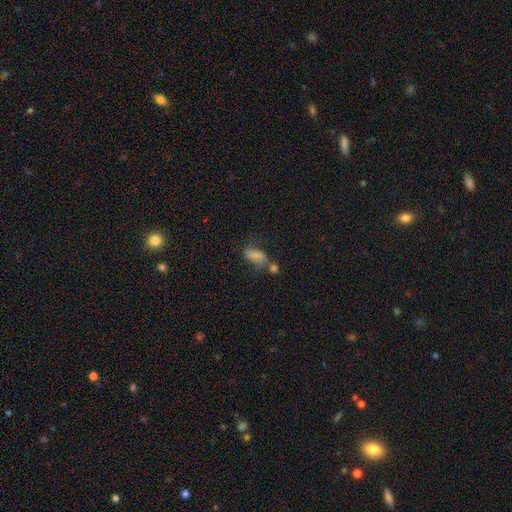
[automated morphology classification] Smooth or featured? Predicted: smooth (p=0.66). How rounded? Predicted: in between (p=0.85). Merging? Predicted: none (p=0.36).